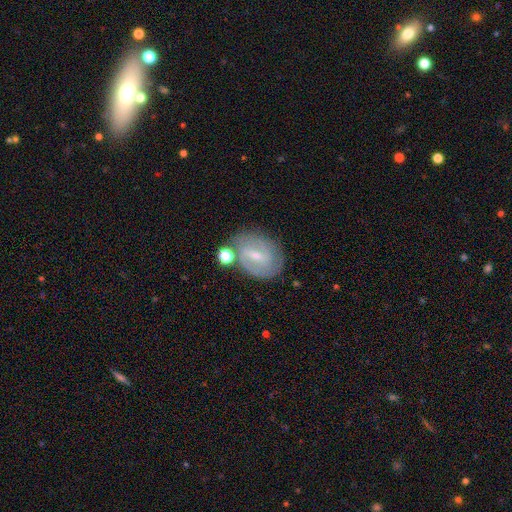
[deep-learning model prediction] smooth_or_featured: featured or disk (p=0.69) [alt: smooth p=0.24]
disk_edge_on: no (p=0.95) [alt: yes p=0.05]
bar: weak (p=0.53) [alt: strong p=0.32]
has_spiral_arms: yes (p=0.80) [alt: no p=0.20]
spiral_winding: tight (p=0.44) [alt: medium p=0.40]
spiral_arm_count: 2 (p=0.64) [alt: can't tell p=0.23]
bulge_size: small (p=0.61) [alt: moderate p=0.33]
merging: none (p=0.67) [alt: minor disturbance p=0.17]